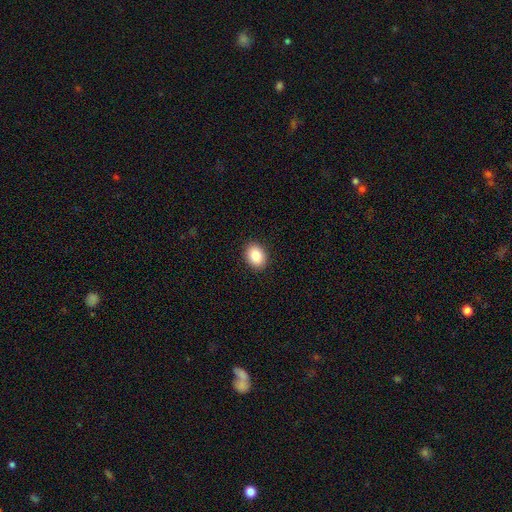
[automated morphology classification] smooth-or-featured: smooth: 87% | star or artifact: 8% | featured or disk: 5%
  how-rounded: in between: 68% | round: 31% | cigar-shaped: 1%
  merging: none: 91% | minor disturbance: 7% | major disturbance: 2% | merger: 1%